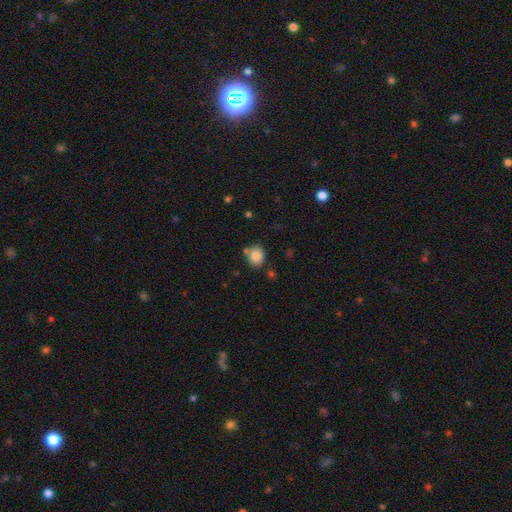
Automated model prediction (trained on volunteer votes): The model was most divided on "how rounded": round: 67%, in between: 32%, cigar-shaped: 1%. More confident: smooth or featured — smooth (85%); merging — none (71%).